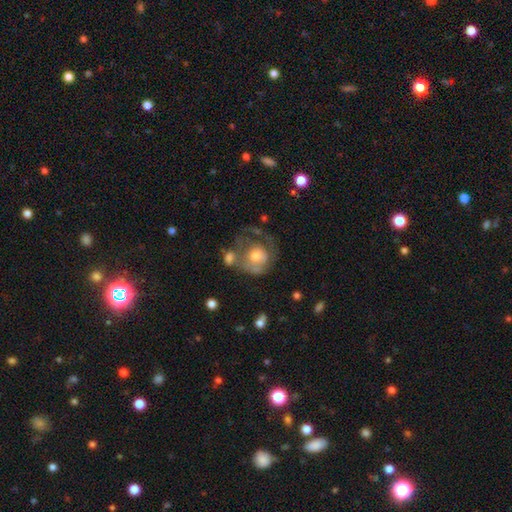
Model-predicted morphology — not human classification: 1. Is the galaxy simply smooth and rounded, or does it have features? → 47% smooth, 46% featured or disk, 7% star or artifact.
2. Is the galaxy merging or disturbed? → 34% major disturbance, 28% none, 19% merger, 19% minor disturbance.